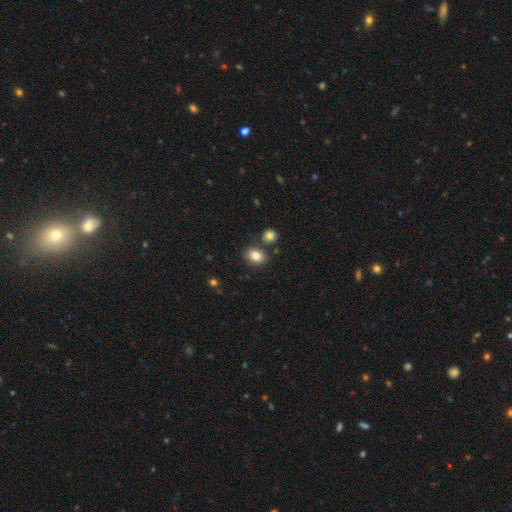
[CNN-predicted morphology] Smooth or featured? smooth (84%)
How rounded? in between (60%)
Merging? none (78%)